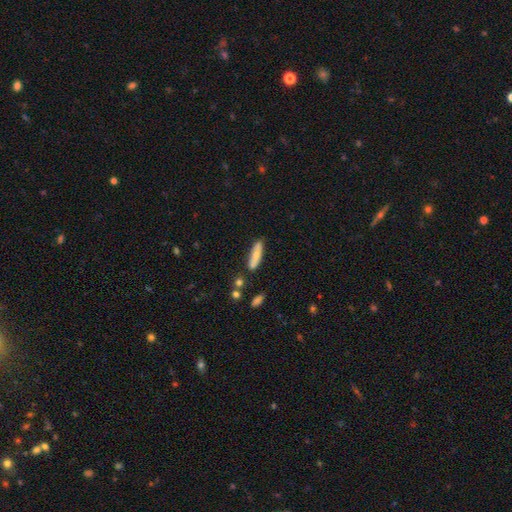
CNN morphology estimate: smooth-or-featured: smooth: 78% | featured or disk: 16% | star or artifact: 7%
  how-rounded: cigar-shaped: 77% | in between: 21% | round: 2%
  merging: none: 77% | minor disturbance: 15% | merger: 5% | major disturbance: 3%